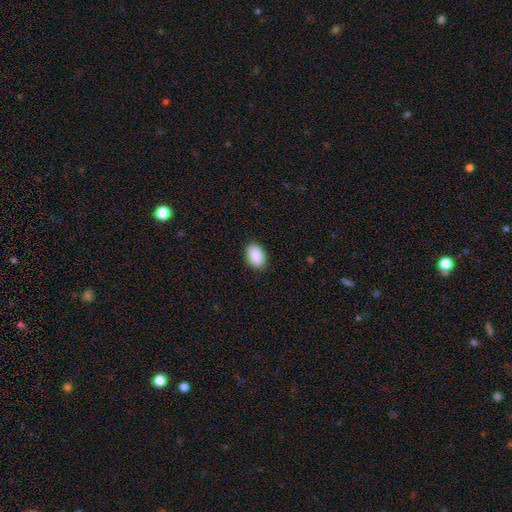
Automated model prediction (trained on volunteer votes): The model was most divided on "how rounded": in between: 89%, round: 10%, cigar-shaped: 1%. More confident: smooth or featured — smooth (91%); merging — none (89%).